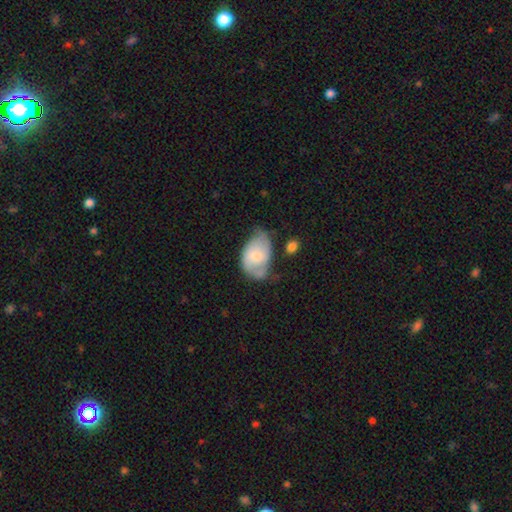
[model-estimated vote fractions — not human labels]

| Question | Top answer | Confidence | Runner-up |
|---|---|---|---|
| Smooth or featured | smooth | 47% | tied: featured or disk (47%) |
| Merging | none | 39% | minor disturbance (37%) |